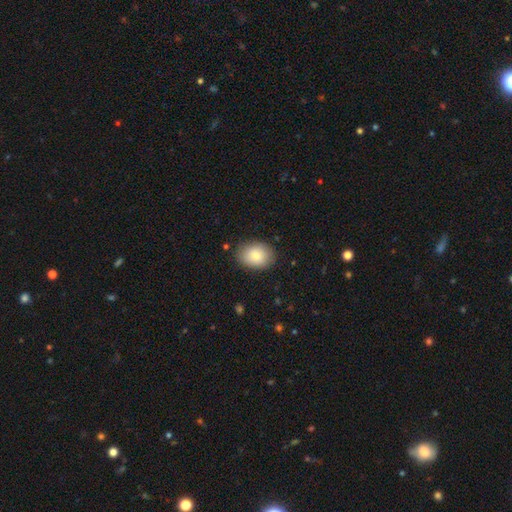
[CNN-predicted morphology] Smooth or featured? smooth (80%)
How rounded? in between (69%)
Merging? none (84%)